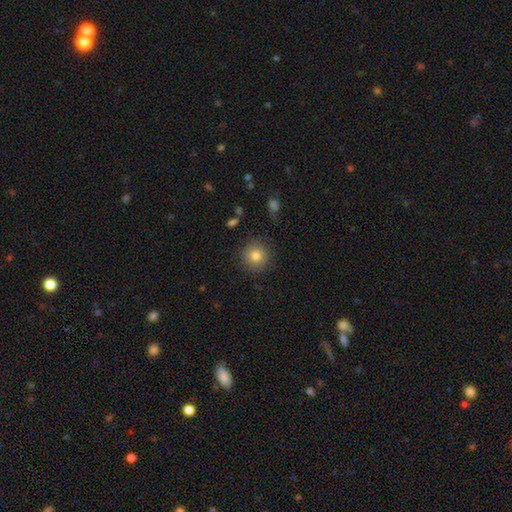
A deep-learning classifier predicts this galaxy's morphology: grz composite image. It shows a smooth galaxy with no disk features (81%) that is round (93%). Merging: none (87%).